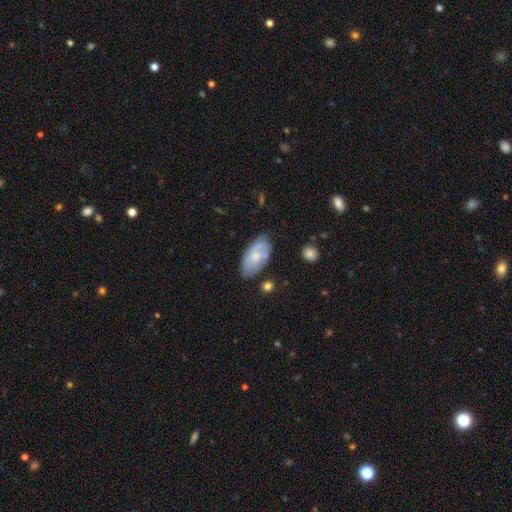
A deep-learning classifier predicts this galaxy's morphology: Smooth or featured? Predicted: smooth (p=0.49). Merging? Predicted: none (p=0.69).